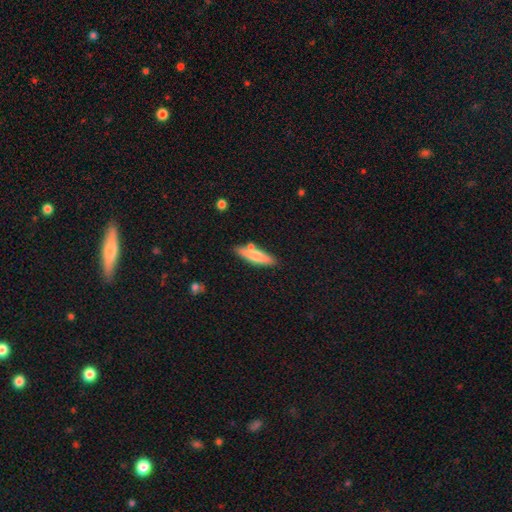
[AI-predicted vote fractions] This is likely a smooth galaxy (67%). How rounded: likely cigar-shaped (72%). Merging: likely none (74%).